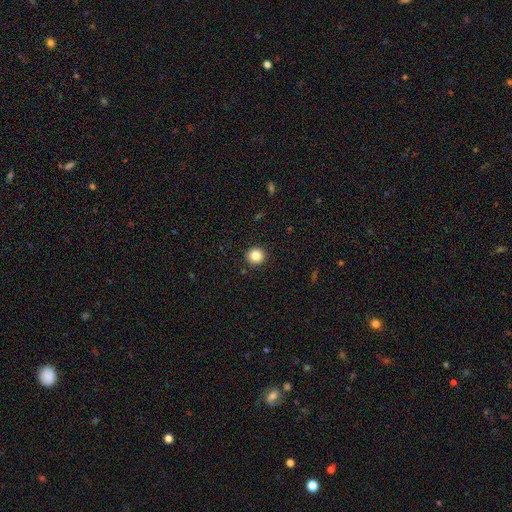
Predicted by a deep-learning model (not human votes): Overall: smooth (84%). How rounded: round (94%). Merging: none (93%).